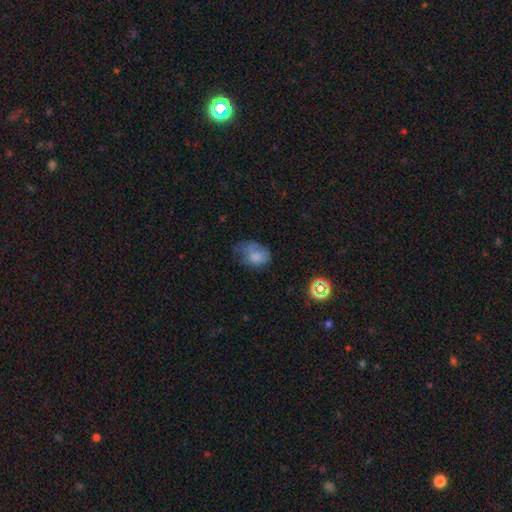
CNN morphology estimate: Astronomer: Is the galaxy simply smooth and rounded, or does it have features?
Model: smooth — 73%.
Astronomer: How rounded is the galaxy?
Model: in between — 70%.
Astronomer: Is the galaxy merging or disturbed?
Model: minor disturbance — 37% (runner-up: none, 31%).